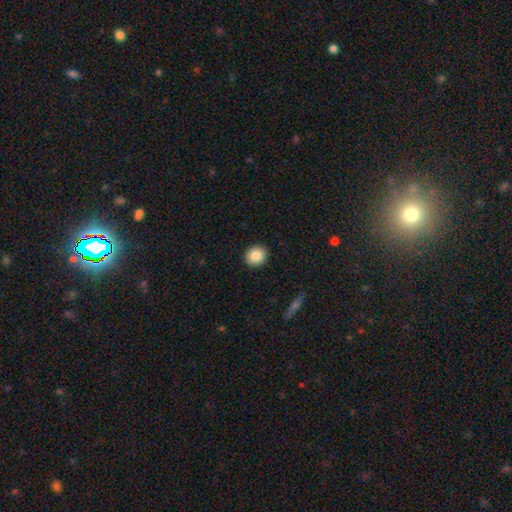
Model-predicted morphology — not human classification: A smooth galaxy with no disk features (86%) that is round (82%). Merging: none (92%).